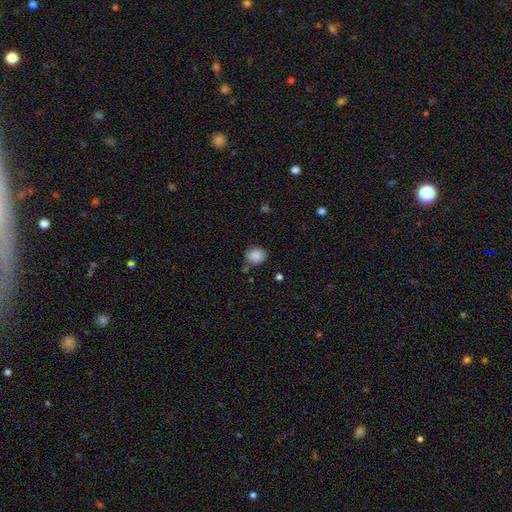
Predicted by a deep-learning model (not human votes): smooth_or_featured: smooth (p=0.86) [alt: star or artifact p=0.08]
how_rounded: round (p=0.75) [alt: in between p=0.24]
merging: none (p=0.77) [alt: minor disturbance p=0.15]